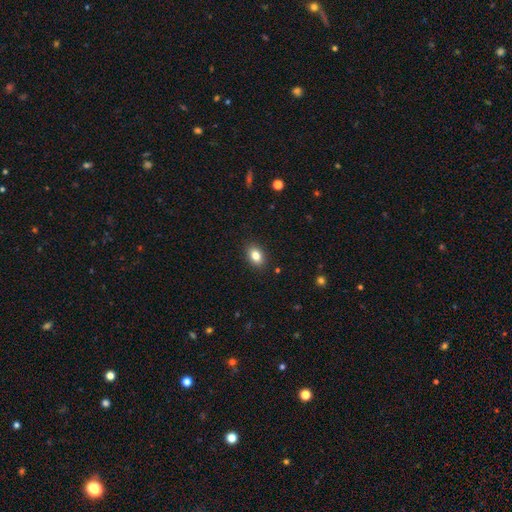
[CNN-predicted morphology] The model was most divided on "how rounded": in between: 76%, round: 22%, cigar-shaped: 1%. More confident: merging — none (89%); smooth or featured — smooth (83%).